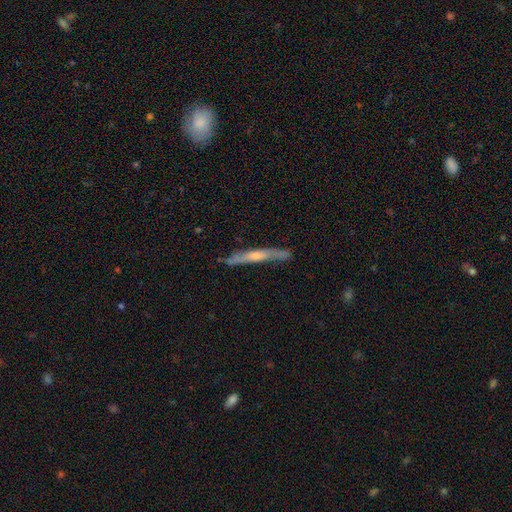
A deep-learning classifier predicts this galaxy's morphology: Smooth or featured? featured or disk (67%)
Edge-on disk? yes (94%)
Edge-on bulge? rounded (77%)
Merging? none (84%)